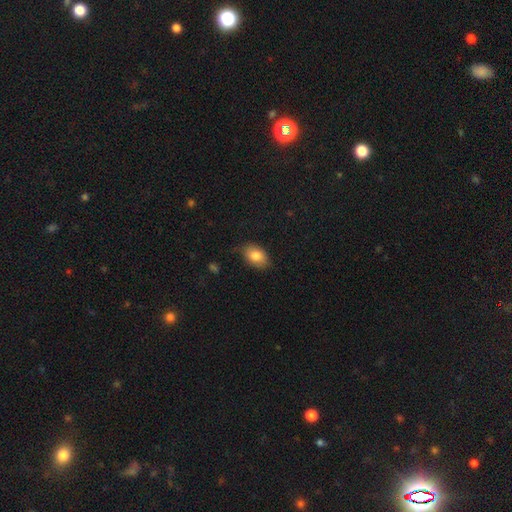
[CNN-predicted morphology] This is clearly a smooth galaxy (82%). How rounded: clearly in between (85%). Merging: likely none (73%).